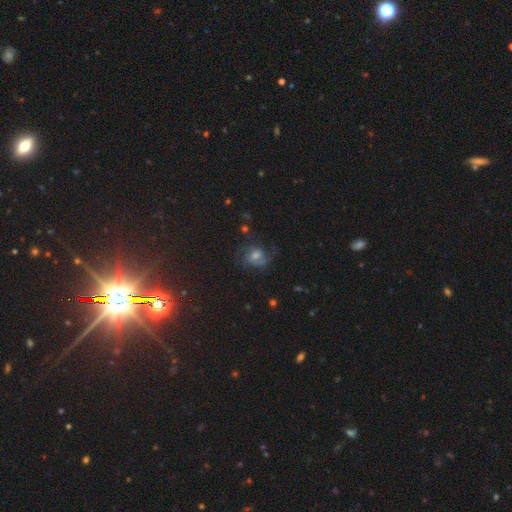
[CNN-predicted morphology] Overall: featured or disk (62%). Edge-on disk: no (97%). Bar: no (57%; weak 36%). Spiral arms: yes (93%). Spiral arm count: 2 (51%; can't tell 19%). Spiral winding: medium (49%; tight 31%). Bulge size: moderate (55%; small 27%). Merging: none (68%).